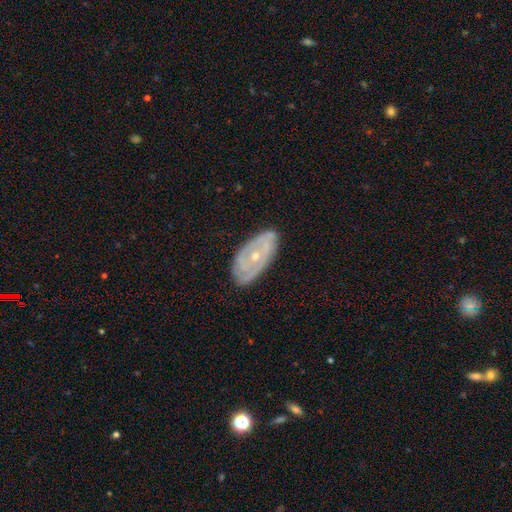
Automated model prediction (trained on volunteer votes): Morphology: type=featured or disk (76%); edge-on=no (91%); bar=no (73%); spiral arms=yes (74%); winding=tight (68%); arm count=can't tell (41%); bulge=small (60%); merging=none (81%).